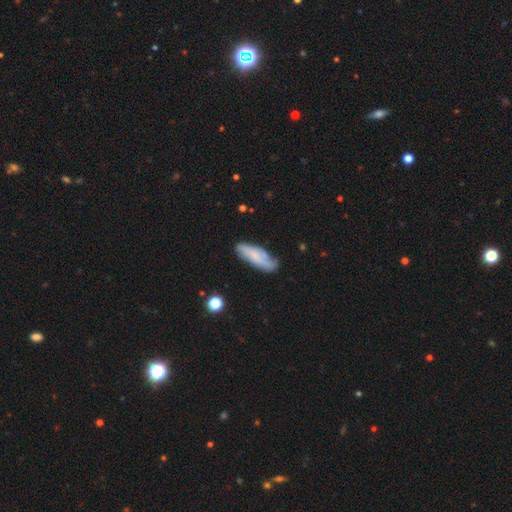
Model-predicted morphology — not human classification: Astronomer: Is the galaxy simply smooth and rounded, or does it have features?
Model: smooth — 54% (runner-up: featured or disk, 39%).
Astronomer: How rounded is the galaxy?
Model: in between — 59% (runner-up: cigar-shaped, 40%).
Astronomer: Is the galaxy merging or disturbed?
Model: none — 66%.